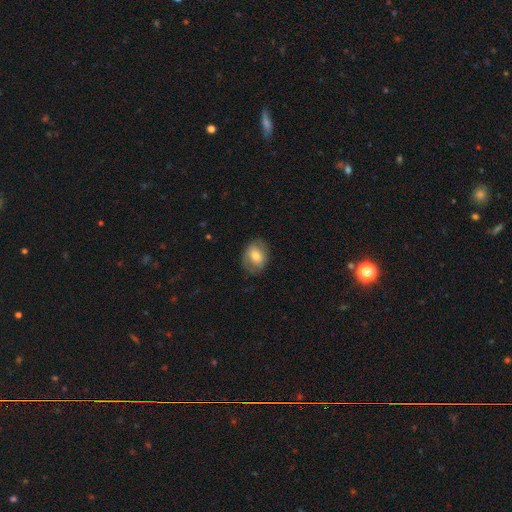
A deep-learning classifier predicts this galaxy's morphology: Q: Smooth or featured?
A: smooth (67%); runner-up: featured or disk (26%)
Q: How rounded?
A: in between (64%); runner-up: round (35%)
Q: Merging?
A: none (76%); runner-up: minor disturbance (17%)